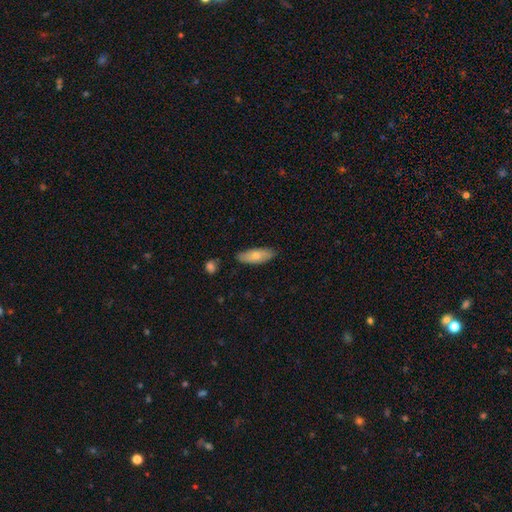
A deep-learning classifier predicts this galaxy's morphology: Smooth or featured? smooth (72%)
How rounded? in between (72%)
Merging? none (83%)